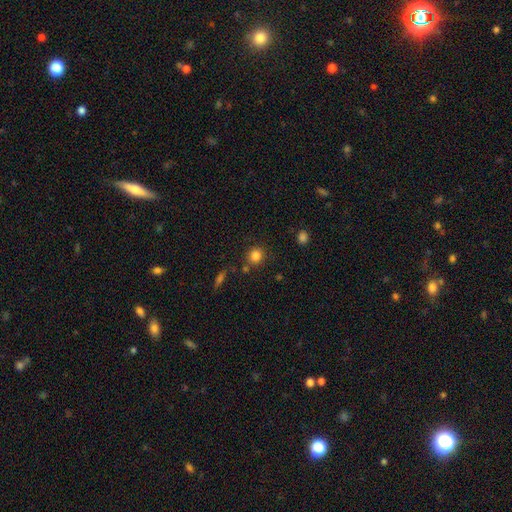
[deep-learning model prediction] This is clearly a smooth galaxy (83%). How rounded: clearly round (90%). Merging: clearly none (80%).